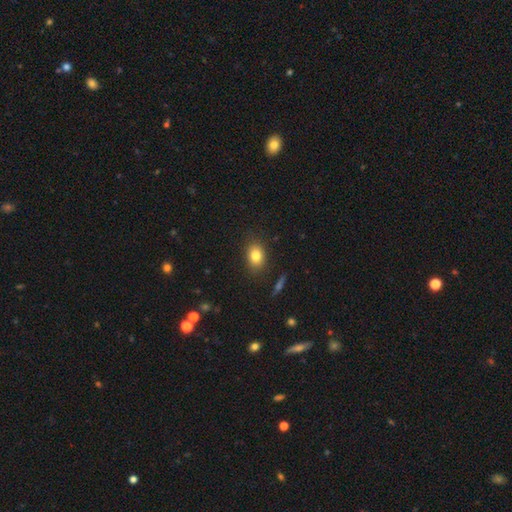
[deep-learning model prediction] smooth-or-featured: smooth: 81% | star or artifact: 10% | featured or disk: 9%
  how-rounded: in between: 70% | round: 28% | cigar-shaped: 2%
  merging: none: 86% | minor disturbance: 10% | major disturbance: 3% | merger: 1%